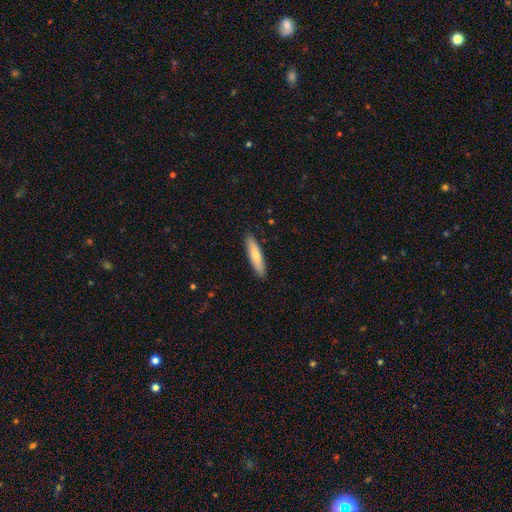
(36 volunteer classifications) Volunteers were most divided on "smooth or featured": smooth: 69%, featured or disk: 28%, star or artifact: 3%. More confident: merging — none (94%); how rounded — cigar-shaped (76%).